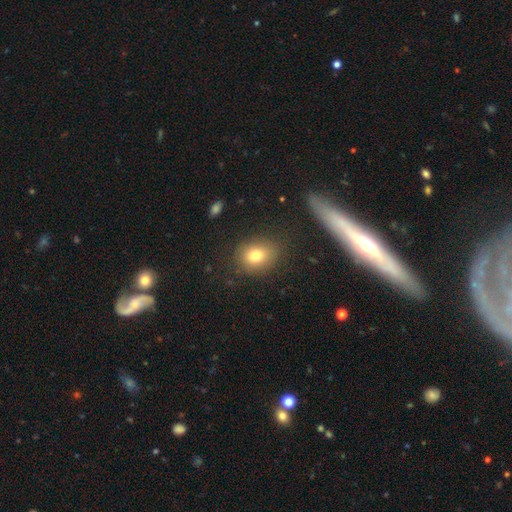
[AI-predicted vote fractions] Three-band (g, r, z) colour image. It shows a smooth galaxy with no disk features (78%) that is round (51%). Merging: none (80%).